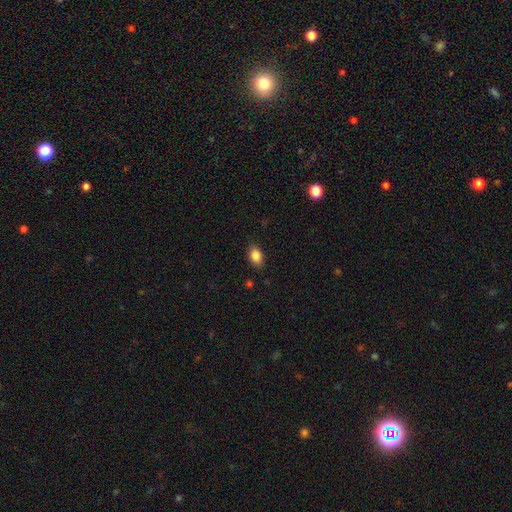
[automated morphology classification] Smooth or featured? Predicted: smooth (p=0.86). How rounded? Predicted: in between (p=0.85). Merging? Predicted: none (p=0.86).